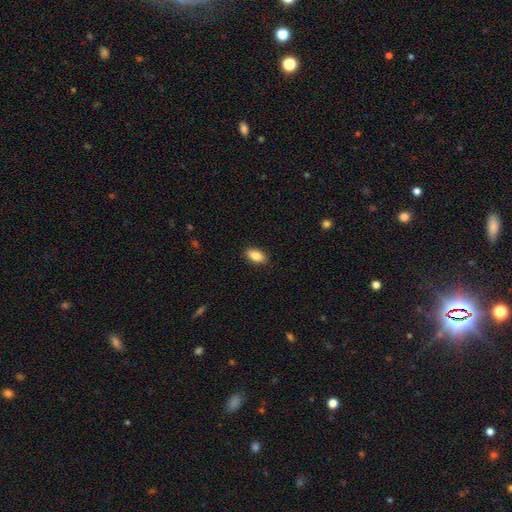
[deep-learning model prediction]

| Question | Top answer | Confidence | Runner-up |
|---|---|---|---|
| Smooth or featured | smooth | 86% | star or artifact (7%) |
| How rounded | in between | 90% | cigar-shaped (6%) |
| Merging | none | 89% | minor disturbance (8%) |